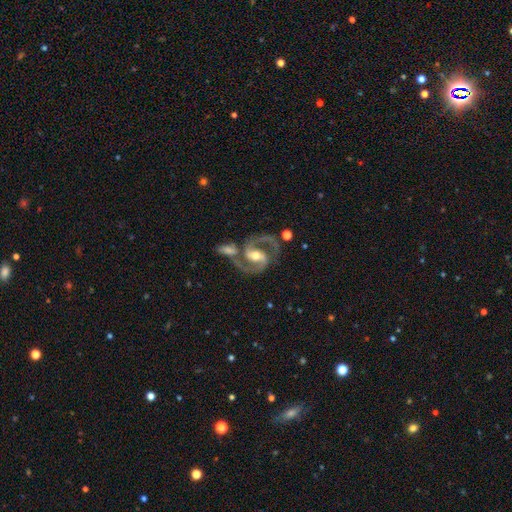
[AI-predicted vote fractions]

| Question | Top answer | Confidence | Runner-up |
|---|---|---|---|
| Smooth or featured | featured or disk | 92% | star or artifact (4%) |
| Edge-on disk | no | 98% | yes (2%) |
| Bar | strong | 47% | weak (37%) |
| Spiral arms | yes | 98% | no (2%) |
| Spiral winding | medium | 66% | tight (21%) |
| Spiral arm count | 2 | 93% | 3 (2%) |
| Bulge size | moderate | 66% | small (27%) |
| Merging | none | 61% | merger (18%) |